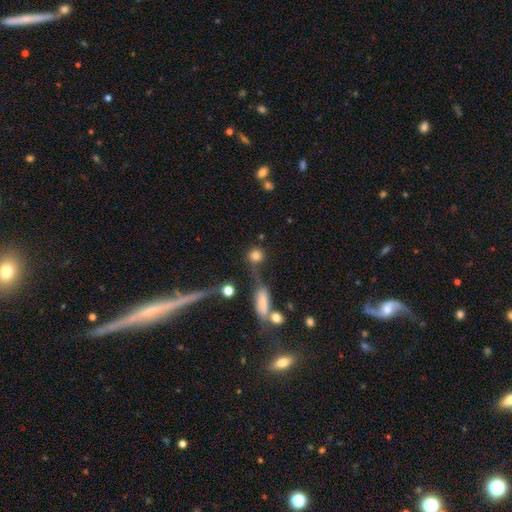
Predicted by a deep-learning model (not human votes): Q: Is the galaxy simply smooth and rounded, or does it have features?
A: smooth — 80%.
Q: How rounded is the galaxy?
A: round — 83%.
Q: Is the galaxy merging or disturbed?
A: none — 55%.